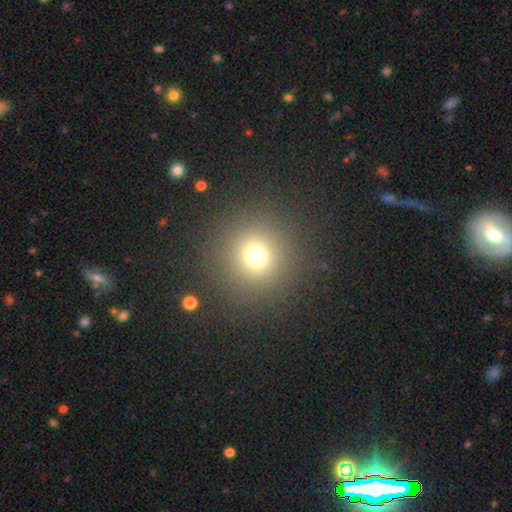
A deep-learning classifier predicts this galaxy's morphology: Smooth or featured? Predicted: smooth (p=0.69). How rounded? Predicted: round (p=0.95). Merging? Predicted: none (p=0.87).